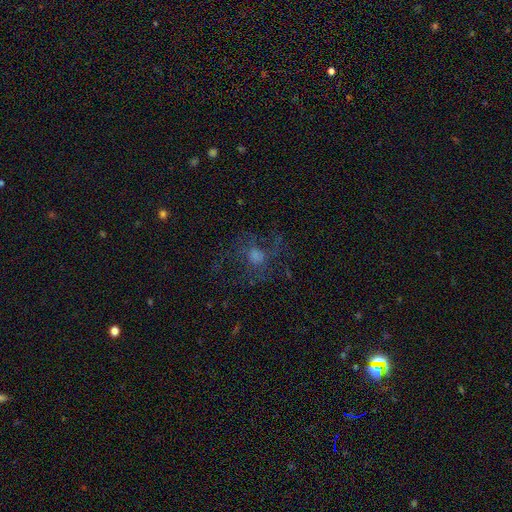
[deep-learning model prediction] This is possibly a featured or disk galaxy (47%). Merging: likely none (62%).